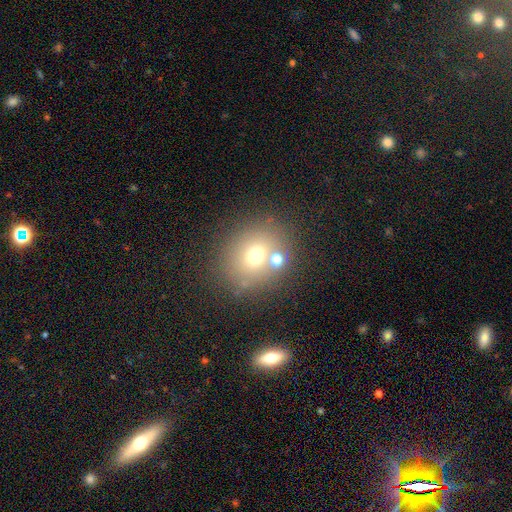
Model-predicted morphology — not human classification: Overall: smooth (67%). How rounded: round (73%). Merging: none (70%).